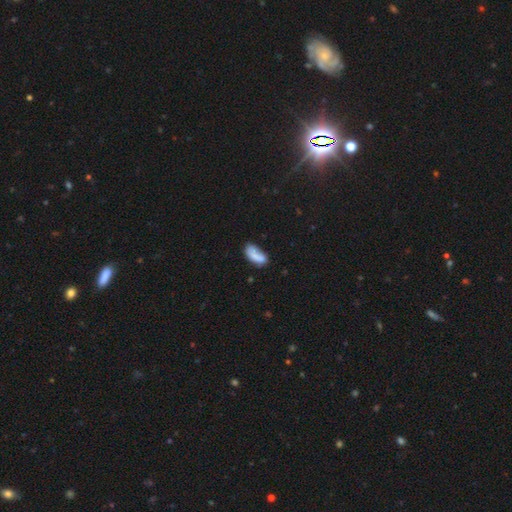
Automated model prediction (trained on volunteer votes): smooth_or_featured: smooth (p=0.75) [alt: featured or disk p=0.17]
how_rounded: in between (p=0.84) [alt: cigar-shaped p=0.13]
merging: none (p=0.43) [alt: minor disturbance p=0.27]